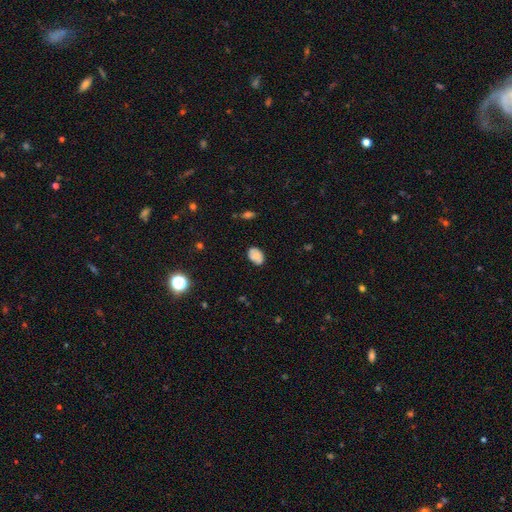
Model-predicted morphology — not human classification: smooth 65%, featured or disk 25%, star or artifact 10%. Down the decision tree: how rounded — in between (77%); merging — none (73%).